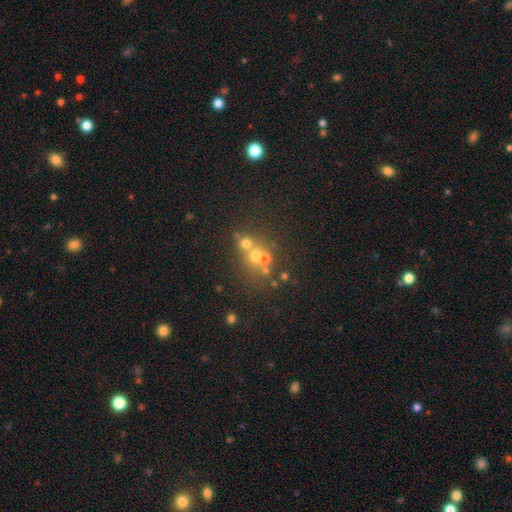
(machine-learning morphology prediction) smooth-or-featured: smooth: 50% | featured or disk: 26% | star or artifact: 24%
  merging: merger: 46% | none: 41% | minor disturbance: 8% | major disturbance: 5%